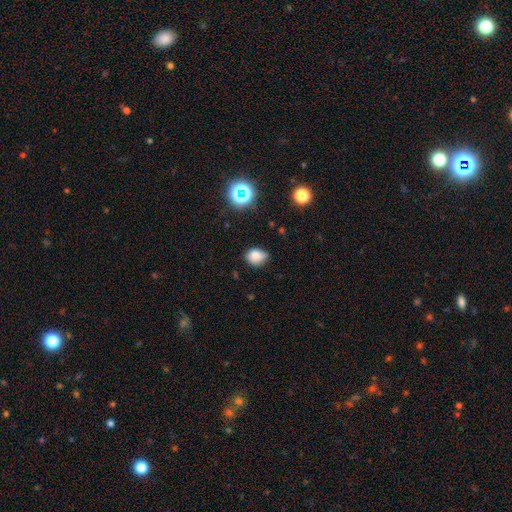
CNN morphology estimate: Smooth or featured? smooth (80%)
How rounded? in between (56%)
Merging? none (59%)